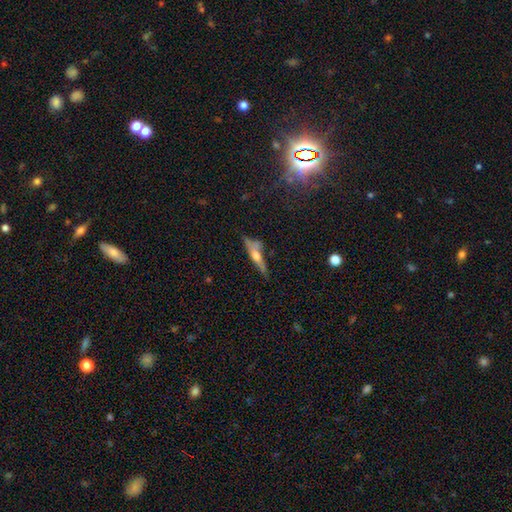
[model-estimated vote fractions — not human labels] This is possibly a featured or disk galaxy (55%). It is clearly viewed edge-on (85%). Merging: possibly none (52%).